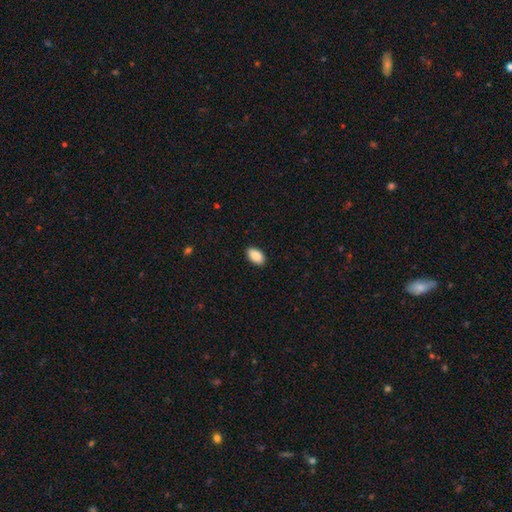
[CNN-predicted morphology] smooth 89%, star or artifact 7%, featured or disk 4%. Down the decision tree: how rounded — in between (94%); merging — none (90%).